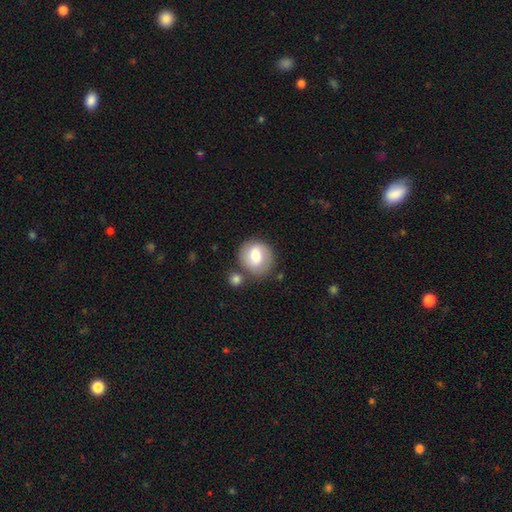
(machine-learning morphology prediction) type=smooth (57%); roundness=round (81%); merging=none (71%).